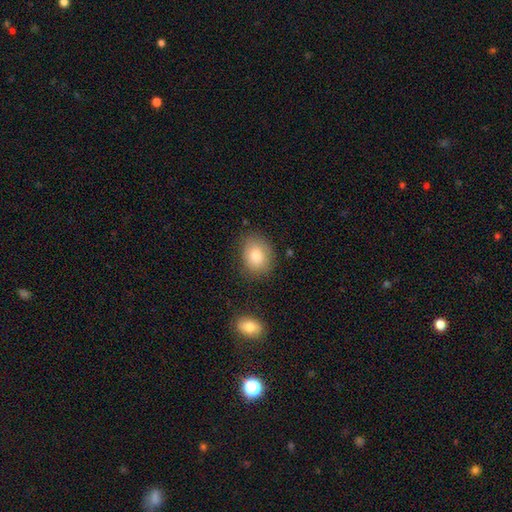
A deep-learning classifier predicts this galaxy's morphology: smooth 82%, featured or disk 10%, star or artifact 8%. Down the decision tree: how rounded — in between (54%); merging — none (78%).